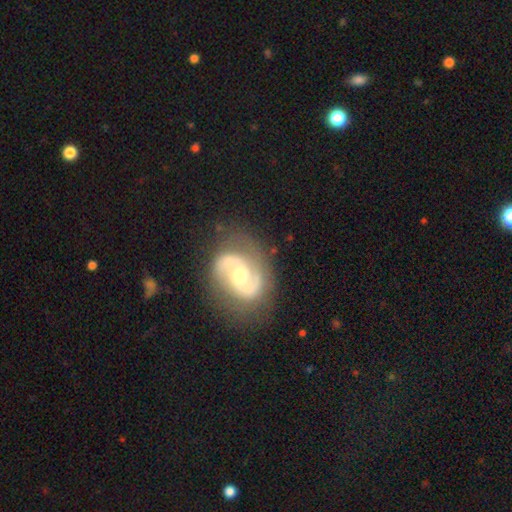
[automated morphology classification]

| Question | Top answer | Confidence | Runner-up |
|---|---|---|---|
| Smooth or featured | featured or disk | 88% | smooth (7%) |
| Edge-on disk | no | 98% | yes (2%) |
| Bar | no | 50% | weak (38%) |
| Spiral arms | yes | 96% | no (4%) |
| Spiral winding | medium | 53% | tight (27%) |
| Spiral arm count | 2 | 91% | can't tell (3%) |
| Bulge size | moderate | 67% | small (21%) |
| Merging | none | 78% | minor disturbance (15%) |